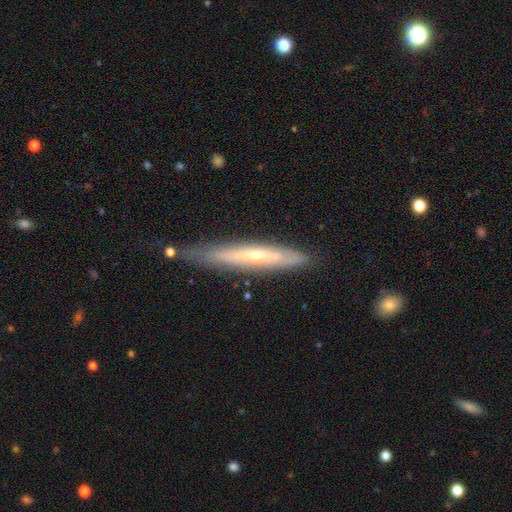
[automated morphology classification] featured or disk 59%, smooth 34%, star or artifact 6%. Down the decision tree: edge-on disk — yes (80%); merging — none (73%).